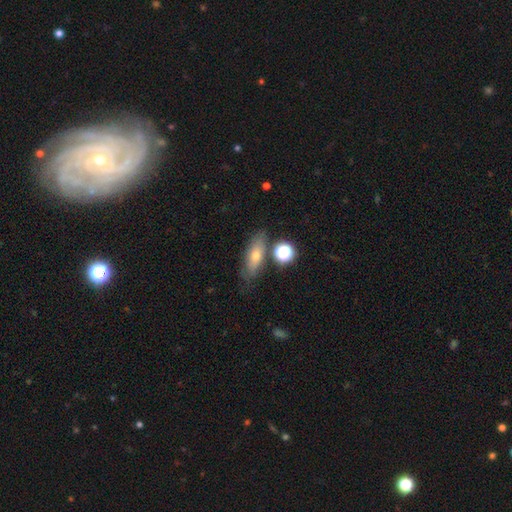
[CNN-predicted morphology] Smooth or featured? Predicted: smooth (p=0.56). How rounded? Predicted: in between (p=0.57). Merging? Predicted: none (p=0.73).